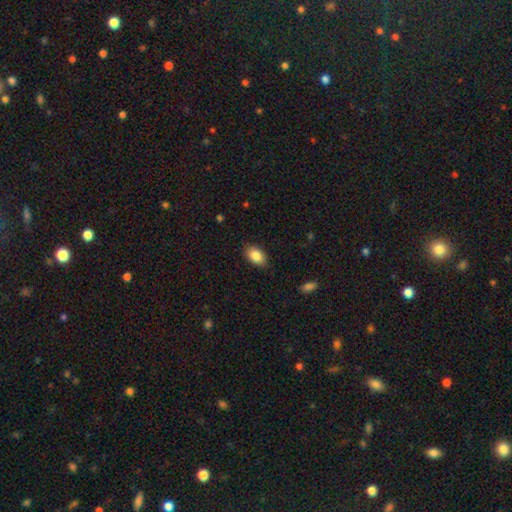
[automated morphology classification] Q: Smooth or featured?
A: smooth (86%); runner-up: star or artifact (7%)
Q: How rounded?
A: in between (90%); runner-up: round (8%)
Q: Merging?
A: none (84%); runner-up: minor disturbance (12%)